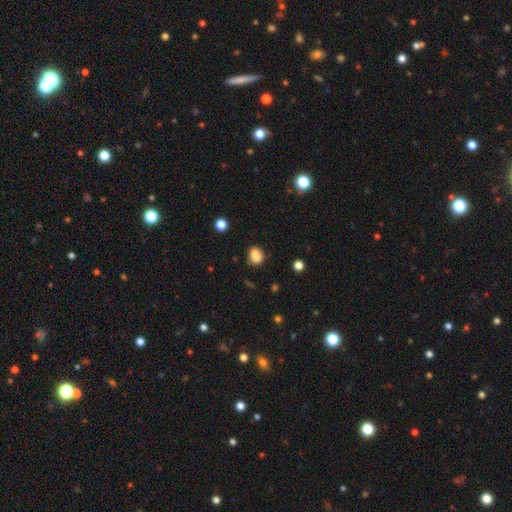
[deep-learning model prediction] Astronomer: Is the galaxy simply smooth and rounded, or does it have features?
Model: smooth — 85%.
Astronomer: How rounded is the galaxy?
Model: in between — 53% (runner-up: round, 46%).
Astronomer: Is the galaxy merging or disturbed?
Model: none — 73%.